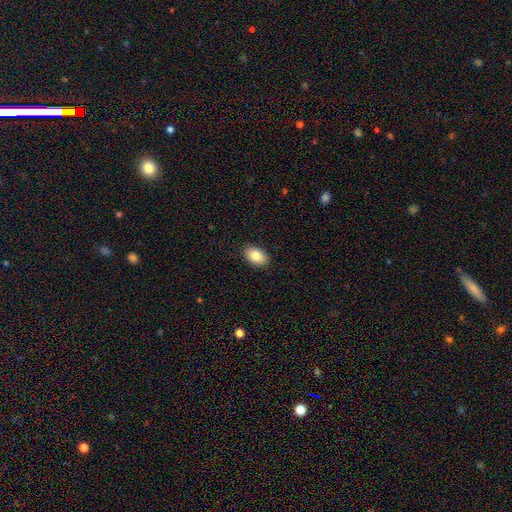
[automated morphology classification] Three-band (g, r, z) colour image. It shows a smooth galaxy with no disk features (82%) that is in between round and cigar-shaped (90%). Merging: none (89%).